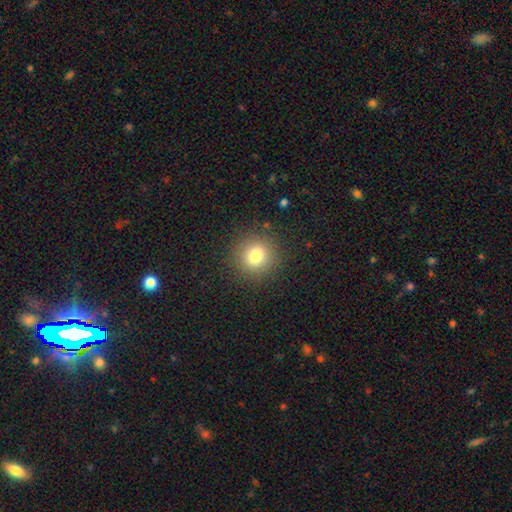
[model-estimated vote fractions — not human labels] Q: Smooth or featured?
A: smooth (78%); runner-up: star or artifact (13%)
Q: How rounded?
A: round (92%); runner-up: in between (7%)
Q: Merging?
A: none (89%); runner-up: minor disturbance (7%)